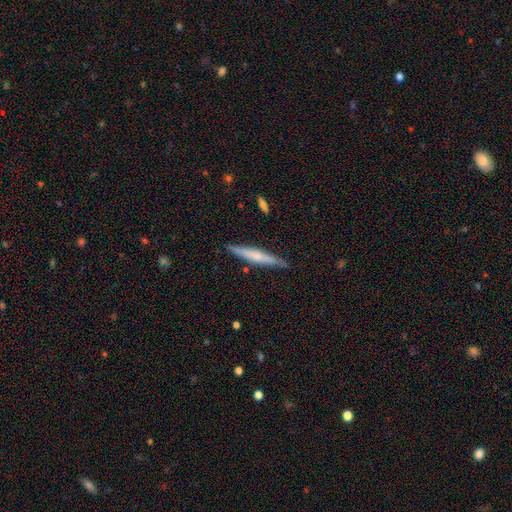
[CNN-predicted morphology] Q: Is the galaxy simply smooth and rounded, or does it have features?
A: featured or disk — 49%.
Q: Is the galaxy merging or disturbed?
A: none — 87%.